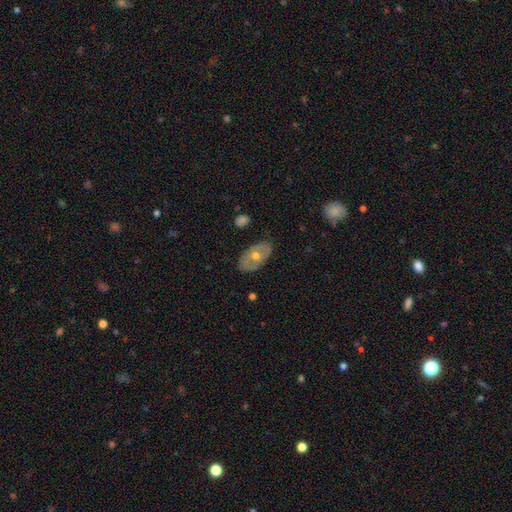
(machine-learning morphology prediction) Smooth or featured? featured or disk (54%)
Edge-on disk? no (86%)
Merging? none (81%)